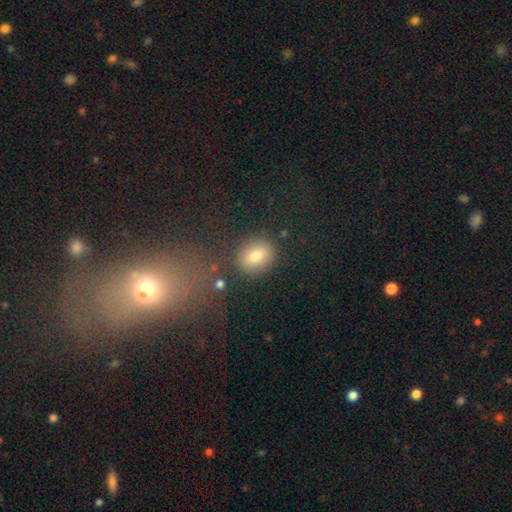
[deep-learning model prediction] smooth 71%, star or artifact 18%, featured or disk 11%. Down the decision tree: how rounded — in between (51%); merging — none (74%).